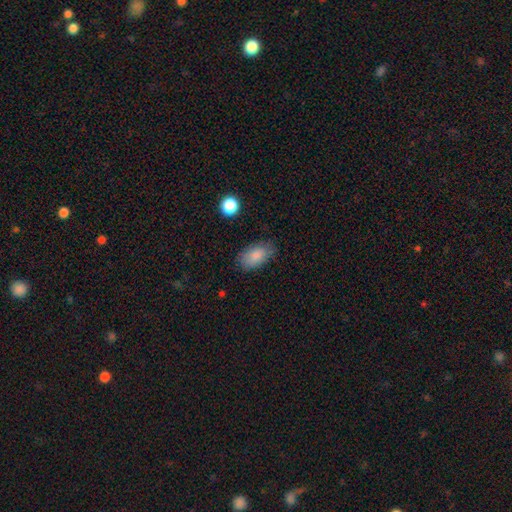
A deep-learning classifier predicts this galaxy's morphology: A smooth galaxy with no disk features (84%) that is in between round and cigar-shaped (92%).

Vote fractions:
- Smooth or featured? smooth: 84% / featured or disk: 8% / star or artifact: 8%
- How rounded? in between: 92% / round: 6% / cigar-shaped: 2%
- Merging? none: 77% / minor disturbance: 17% / major disturbance: 4% / merger: 1%